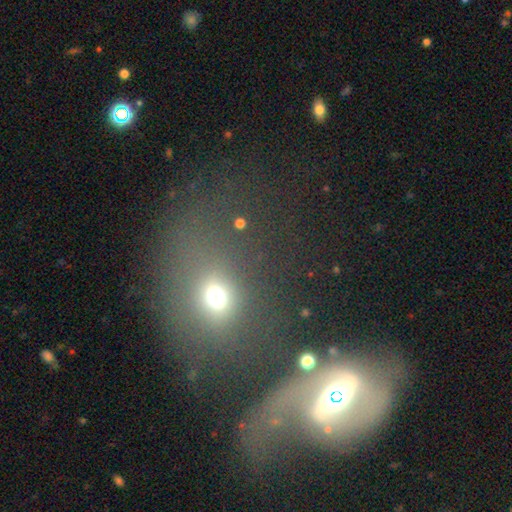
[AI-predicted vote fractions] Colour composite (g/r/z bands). It shows a smooth galaxy with no disk features (42%). Merging: merger (34%).